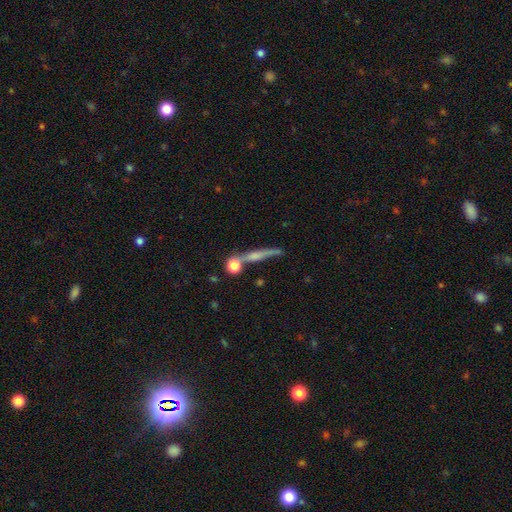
Overall: featured or disk (61%; smooth 29%). Edge-on disk: yes (87%). Edge-on bulge: boxy (45%; rounded 40%). Merging: none (74%).